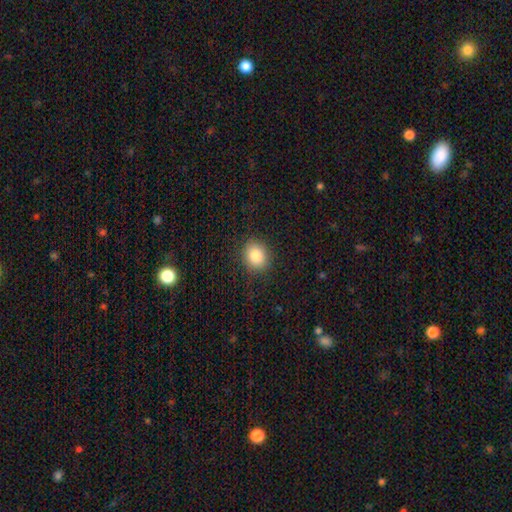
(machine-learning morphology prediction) Q: Smooth or featured?
A: smooth (86%); runner-up: star or artifact (9%)
Q: How rounded?
A: round (65%); runner-up: in between (34%)
Q: Merging?
A: none (86%); runner-up: minor disturbance (10%)